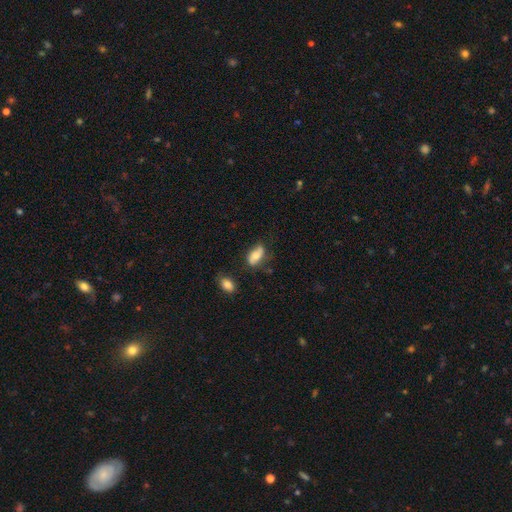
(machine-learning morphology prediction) A smooth galaxy with no disk features (68%) that is in between round and cigar-shaped (88%).

Vote fractions:
- Smooth or featured? smooth: 68% / featured or disk: 25% / star or artifact: 8%
- How rounded? in between: 88% / cigar-shaped: 8% / round: 4%
- Merging? none: 62% / minor disturbance: 26% / major disturbance: 8% / merger: 5%